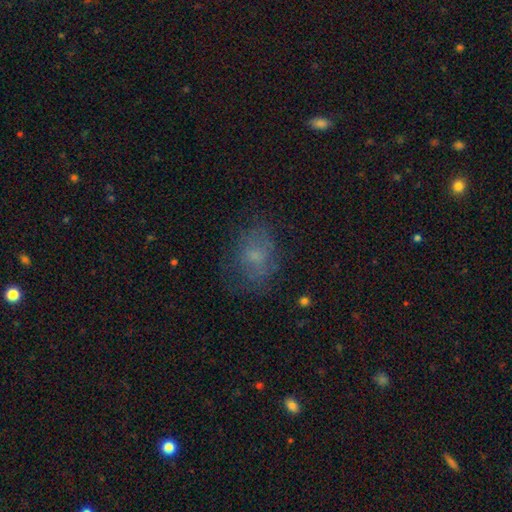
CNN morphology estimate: Smooth or featured? smooth (57%)
How rounded? in between (64%)
Merging? none (62%)